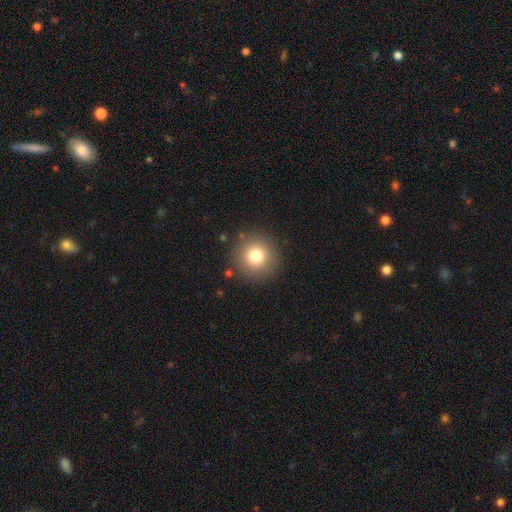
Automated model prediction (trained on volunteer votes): This appears to be a smooth galaxy with no disk features (79%) that is round (95%). Merging: none (88%).